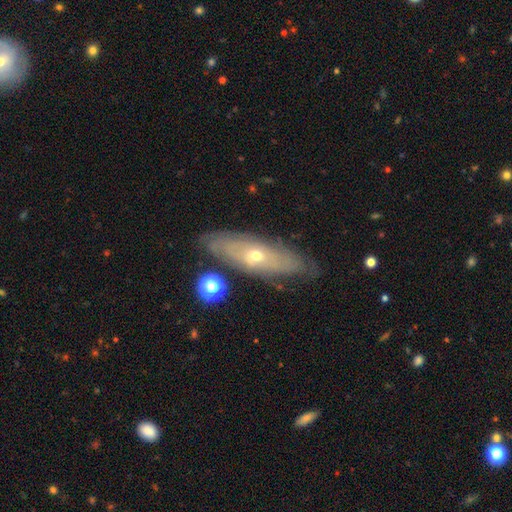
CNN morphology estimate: Smooth or featured: featured or disk — 67% (smooth — 26%)
Edge-on disk: no — 67% (yes — 33%)
Merging: none — 79% (minor disturbance — 15%)